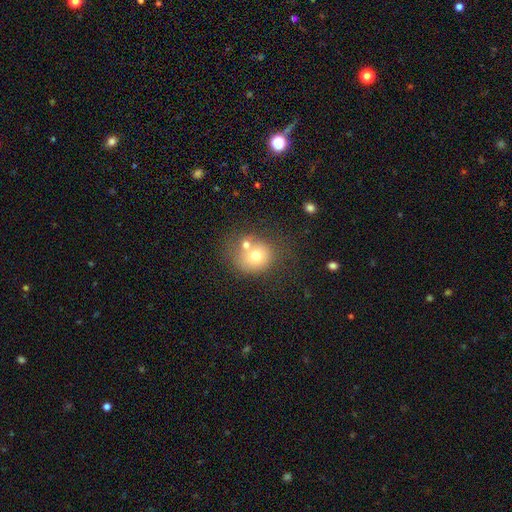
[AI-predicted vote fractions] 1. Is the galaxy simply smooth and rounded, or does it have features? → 68% smooth, 20% featured or disk, 12% star or artifact.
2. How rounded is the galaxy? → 79% round, 20% in between, 1% cigar-shaped.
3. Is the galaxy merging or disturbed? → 44% none, 36% merger, 13% minor disturbance, 7% major disturbance.